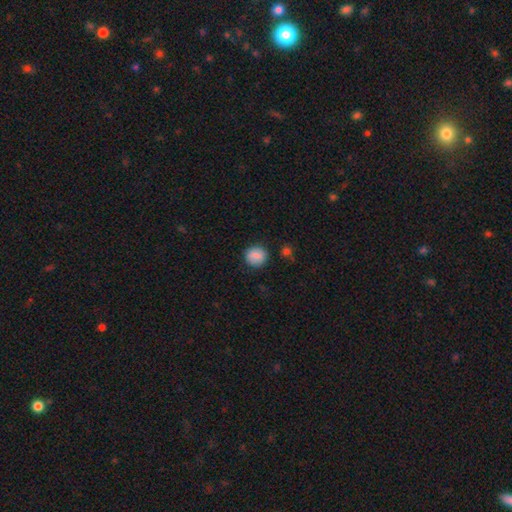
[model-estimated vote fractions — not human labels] Smooth or featured? smooth (84%)
How rounded? round (87%)
Merging? none (85%)